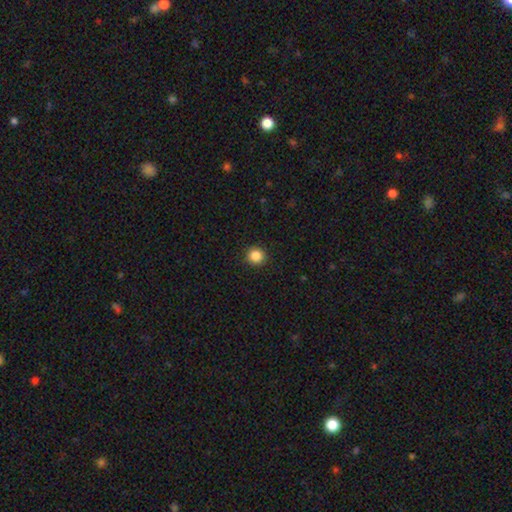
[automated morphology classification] smooth-or-featured: smooth: 86% | star or artifact: 11% | featured or disk: 3%
  how-rounded: round: 93% | in between: 6% | cigar-shaped: 1%
  merging: none: 92% | minor disturbance: 5% | major disturbance: 2% | merger: 1%